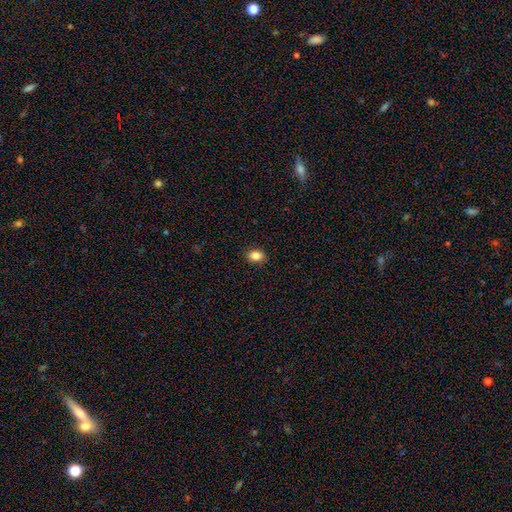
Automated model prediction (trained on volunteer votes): Morphology: type=smooth (85%); roundness=in between (71%); merging=none (89%).